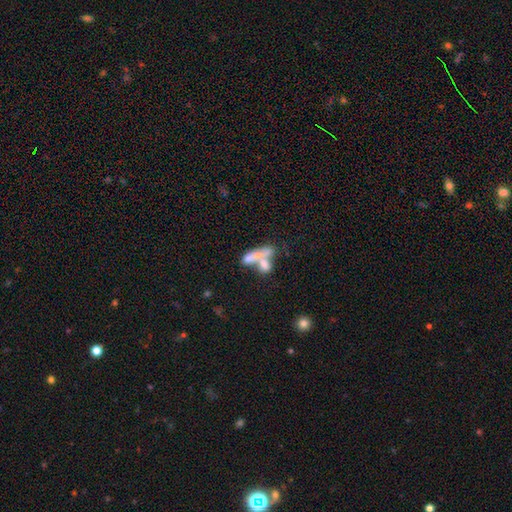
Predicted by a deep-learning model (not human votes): Morphology: type=smooth (52%); roundness=in between (61%); merging=merger (62%).